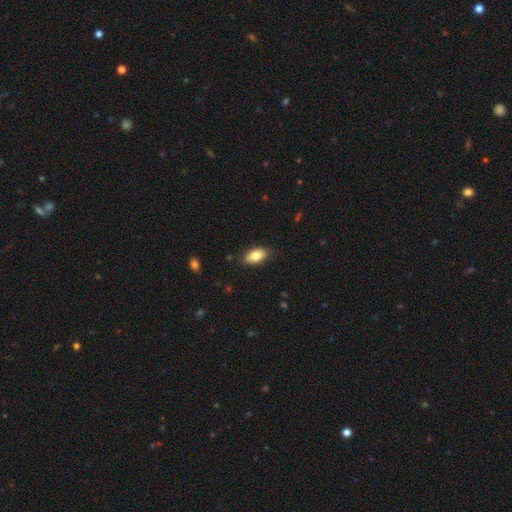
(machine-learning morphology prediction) type=smooth (82%); roundness=in between (91%); merging=none (84%).